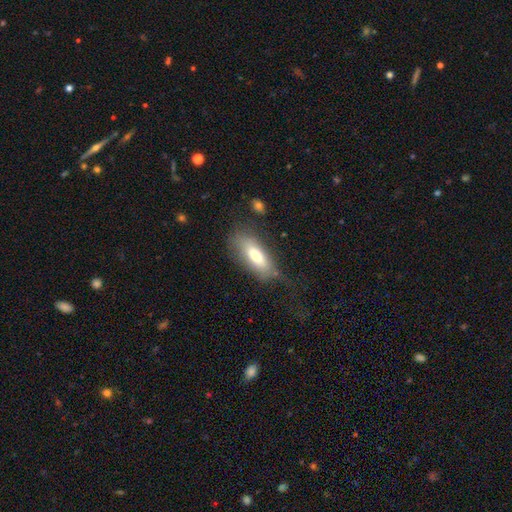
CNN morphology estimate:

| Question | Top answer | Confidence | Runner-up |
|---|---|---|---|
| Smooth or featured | smooth | 72% | featured or disk (21%) |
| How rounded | in between | 76% | cigar-shaped (22%) |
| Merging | none | 59% | minor disturbance (25%) |